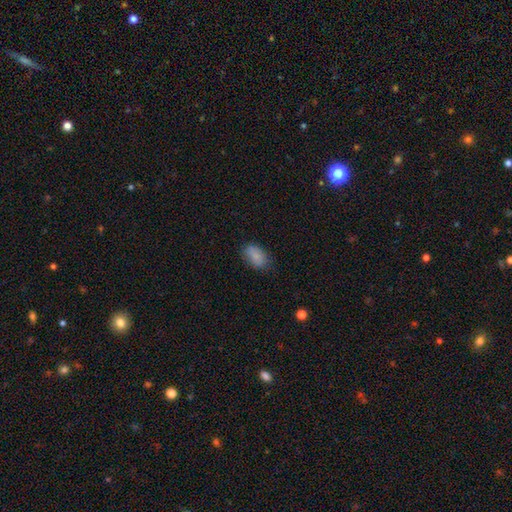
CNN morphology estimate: smooth-or-featured: smooth: 86% | star or artifact: 8% | featured or disk: 7%
  how-rounded: in between: 90% | round: 8% | cigar-shaped: 2%
  merging: none: 76% | minor disturbance: 19% | major disturbance: 4% | merger: 1%